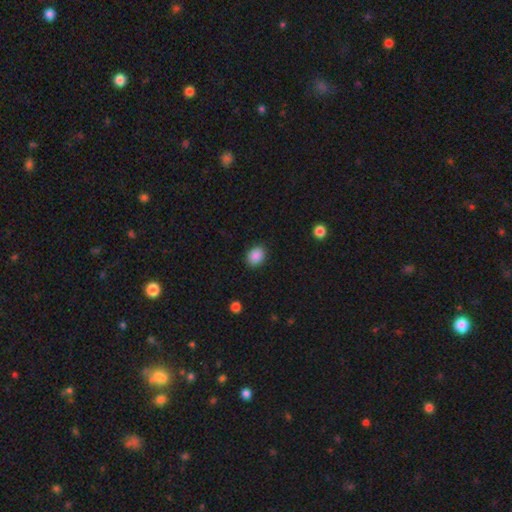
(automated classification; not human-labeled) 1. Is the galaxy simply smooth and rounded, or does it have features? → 88% smooth, 8% star or artifact, 3% featured or disk.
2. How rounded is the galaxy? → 55% in between, 44% round, 1% cigar-shaped.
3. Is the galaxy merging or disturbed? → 88% none, 8% minor disturbance, 2% major disturbance, 1% merger.